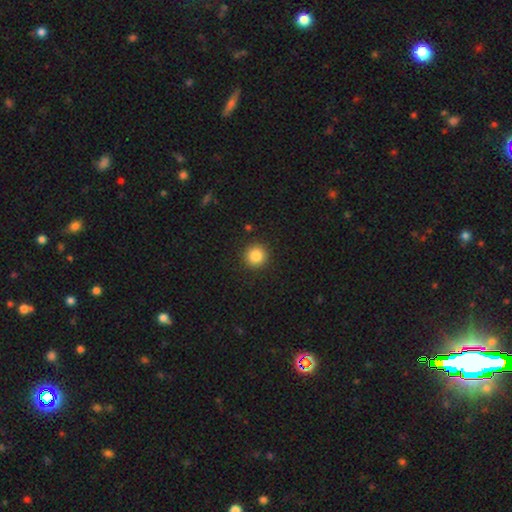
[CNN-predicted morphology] Smooth or featured?
  - smooth: 85% *
  - star or artifact: 10%
  - featured or disk: 5%
How rounded?
  - round: 94% *
  - in between: 5%
  - cigar-shaped: 1%
Merging?
  - none: 92% *
  - minor disturbance: 5%
  - major disturbance: 2%
  - merger: 1%